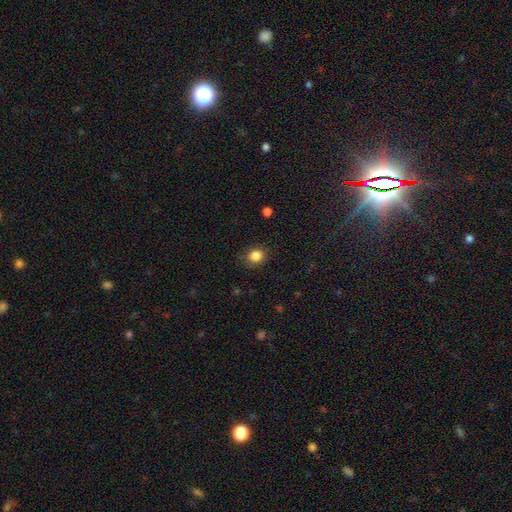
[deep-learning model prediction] The model was most divided on "how rounded": round: 68%, in between: 32%, cigar-shaped: 1%. More confident: smooth or featured — smooth (85%); merging — none (82%).